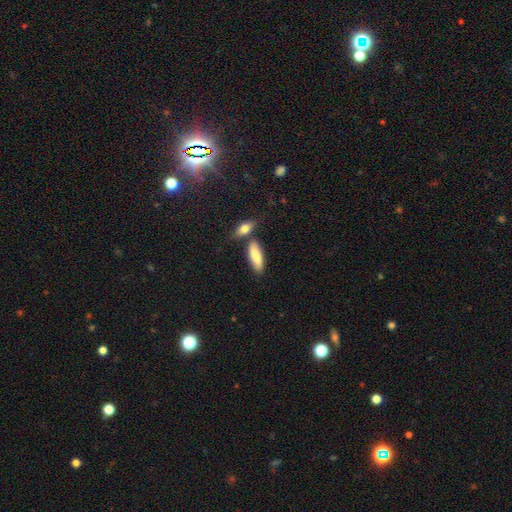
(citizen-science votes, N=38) Smooth or featured: smooth — 74% (featured or disk — 18%)
How rounded: cigar-shaped — 54% (in between — 46%)
Merging: none — 69% (merger — 23%)